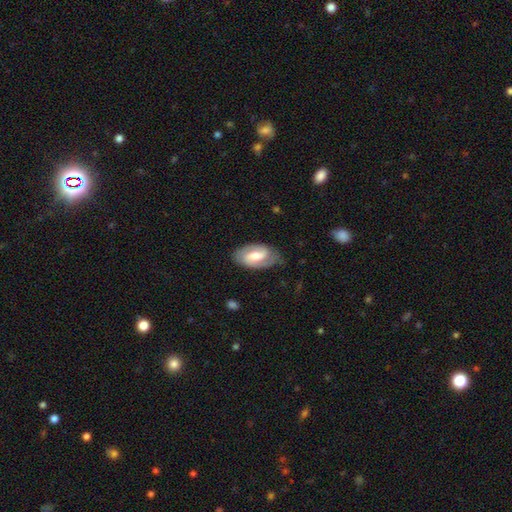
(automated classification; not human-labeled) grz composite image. It shows a featured or disk galaxy (72%) with a weak bar (51%), 2 (85%) medium (46%) spiral arms (89%) and a moderate central bulge (63%). Merging: none (76%).